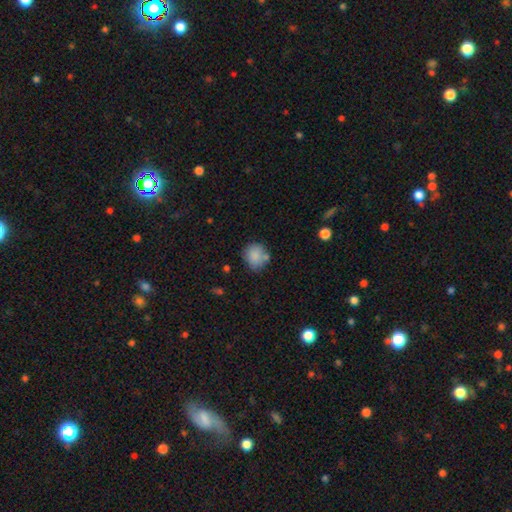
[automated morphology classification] Smooth or featured? smooth (83%)
How rounded? round (77%)
Merging? none (63%)